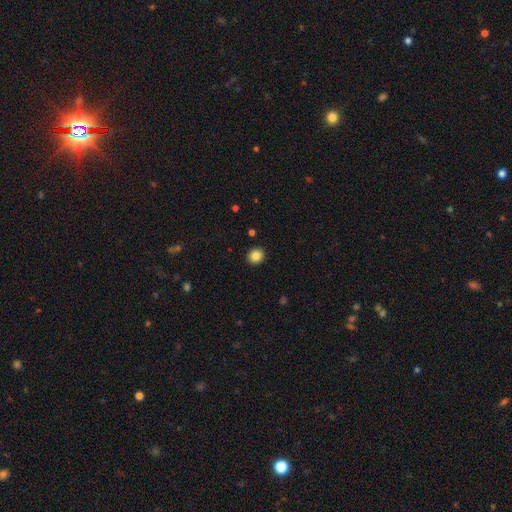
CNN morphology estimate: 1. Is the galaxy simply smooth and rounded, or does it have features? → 84% smooth, 10% star or artifact, 6% featured or disk.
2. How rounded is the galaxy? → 89% round, 10% in between, 1% cigar-shaped.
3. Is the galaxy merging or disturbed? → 92% none, 5% minor disturbance, 2% major disturbance, 1% merger.